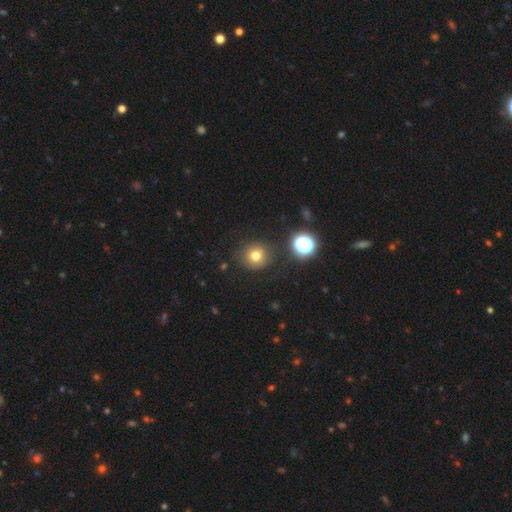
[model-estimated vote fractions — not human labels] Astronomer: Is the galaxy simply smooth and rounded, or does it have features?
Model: smooth — 74%.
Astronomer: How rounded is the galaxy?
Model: round — 88%.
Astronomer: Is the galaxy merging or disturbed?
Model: none — 83%.